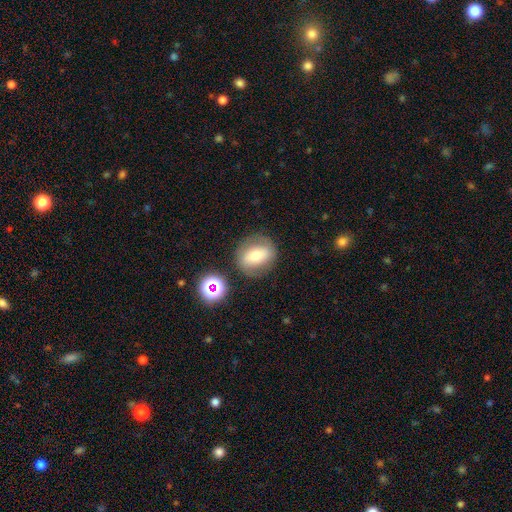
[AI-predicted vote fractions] Overall: smooth (57%; featured or disk 31%). How rounded: round (62%; in between 36%). Merging: none (78%).